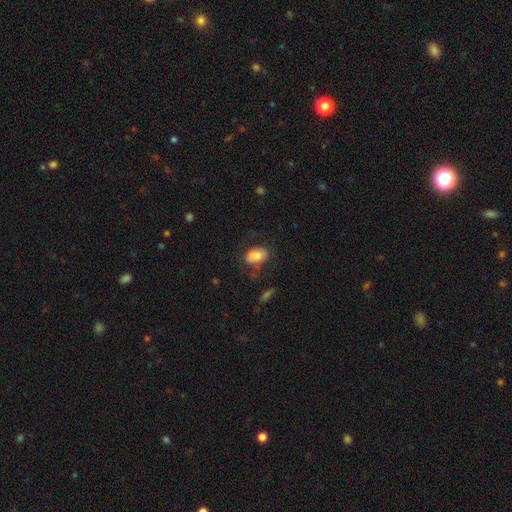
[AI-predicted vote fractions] Morphology: type=smooth (74%); roundness=in between (84%); merging=none (63%).